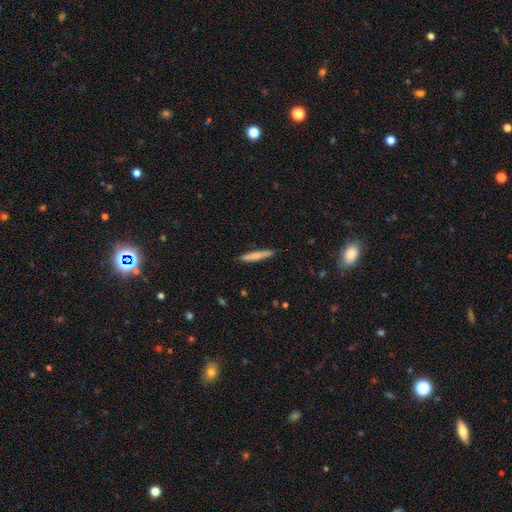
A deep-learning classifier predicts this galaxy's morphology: This appears to be a smooth galaxy with no disk features (75%) that is cigar-shaped (93%). Merging: none (88%).